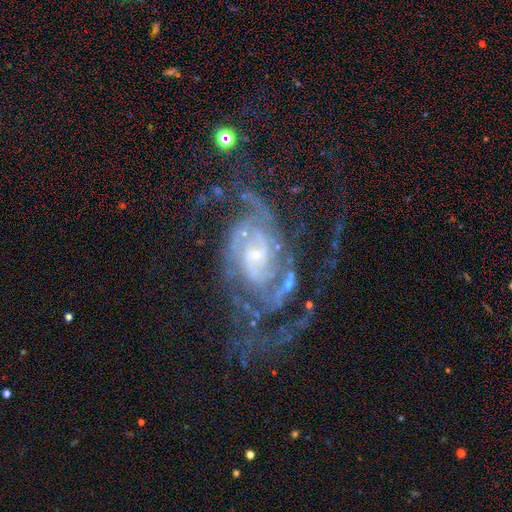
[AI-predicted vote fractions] Smooth or featured? featured or disk (89%)
Edge-on disk? no (97%)
Bar? no (53%)
Spiral arms? yes (97%)
Spiral winding? tight (46%)
Spiral arm count? 2 (45%)
Bulge size? small (67%)
Merging? none (54%)